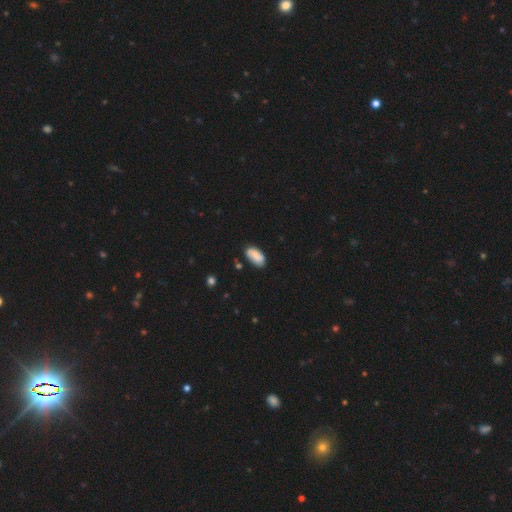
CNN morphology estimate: smooth-or-featured: smooth: 77% | featured or disk: 15% | star or artifact: 7%
  how-rounded: in between: 94% | cigar-shaped: 4% | round: 3%
  merging: none: 75% | minor disturbance: 18% | merger: 4% | major disturbance: 4%